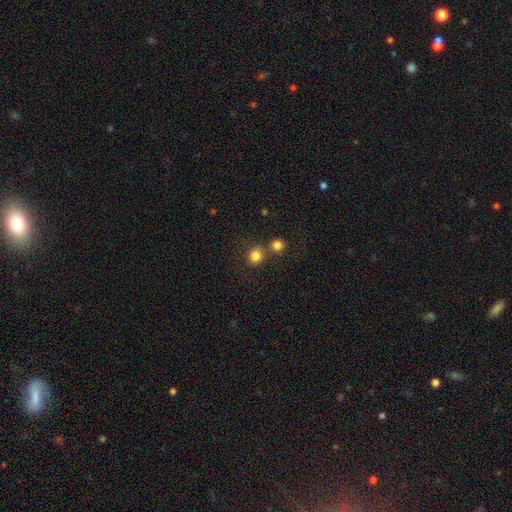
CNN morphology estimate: The model was most divided on "merging": none: 62%, merger: 26%, minor disturbance: 9%, major disturbance: 4%. More confident: how rounded — round (86%); smooth or featured — smooth (82%).